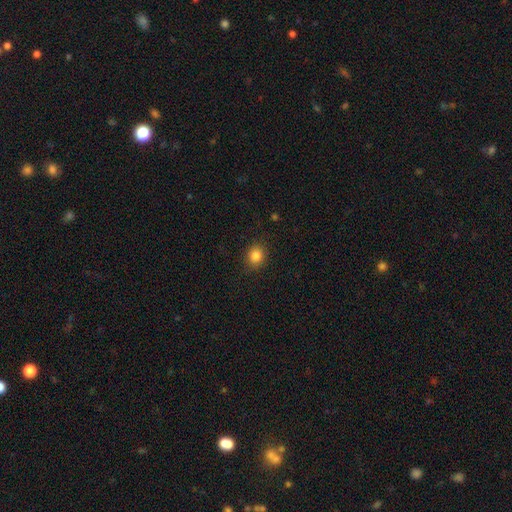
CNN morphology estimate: This appears to be a smooth galaxy with no disk features (85%) that is round (74%). Merging: none (88%).